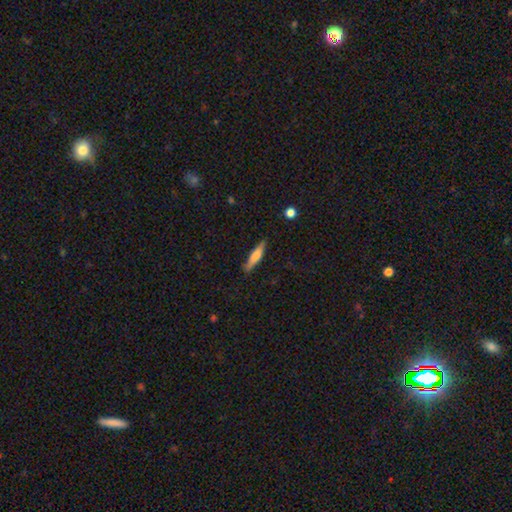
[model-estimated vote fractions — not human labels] Smooth or featured: smooth — 63% (featured or disk — 31%)
How rounded: cigar-shaped — 82% (in between — 16%)
Merging: none — 83% (minor disturbance — 13%)